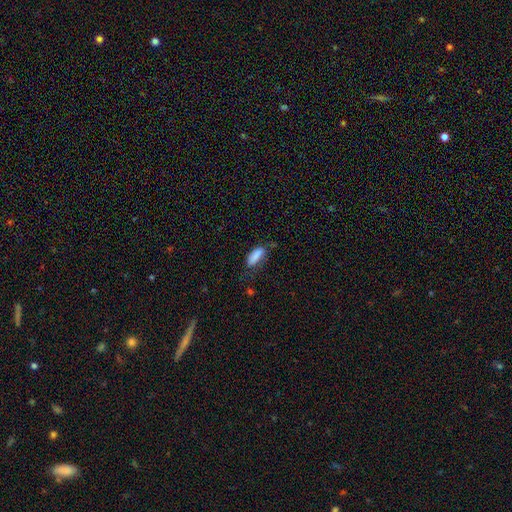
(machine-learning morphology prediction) Smooth or featured? Predicted: smooth (p=0.86). How rounded? Predicted: in between (p=0.70). Merging? Predicted: none (p=0.58).